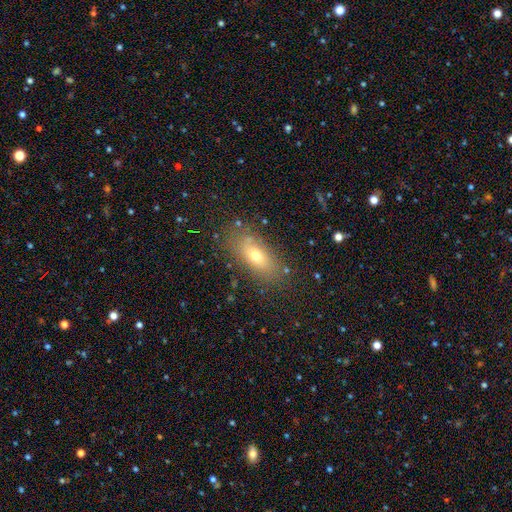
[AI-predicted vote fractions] Smooth or featured: smooth — 67% (featured or disk — 21%)
How rounded: in between — 77% (cigar-shaped — 17%)
Merging: none — 80% (minor disturbance — 13%)